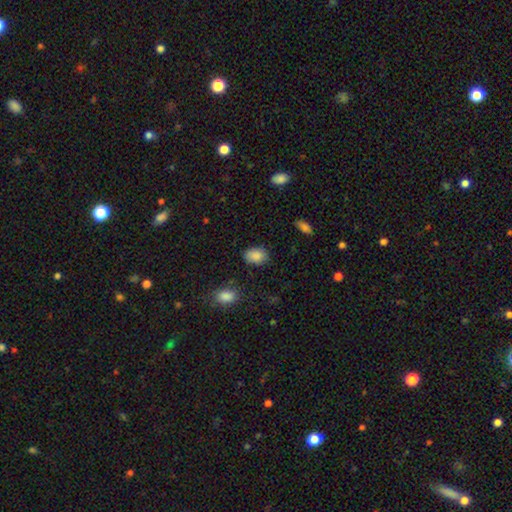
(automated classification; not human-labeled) Smooth or featured: smooth — 87% (star or artifact — 8%)
How rounded: in between — 81% (round — 18%)
Merging: none — 79% (minor disturbance — 15%)